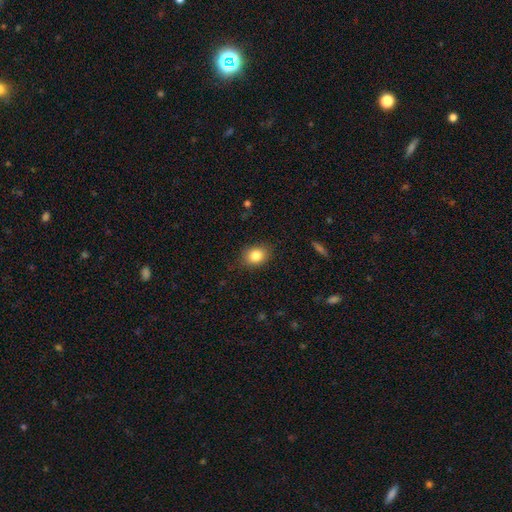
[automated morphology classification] smooth 84%, star or artifact 9%, featured or disk 7%. Down the decision tree: how rounded — in between (52%); merging — none (85%).